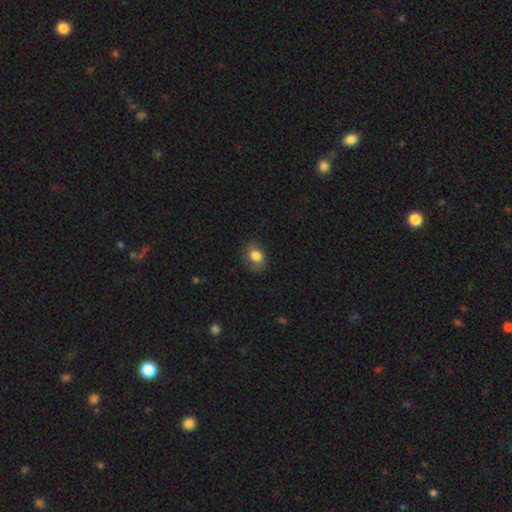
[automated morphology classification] Overall: smooth (79%). How rounded: in between (50%; round 49%). Merging: none (66%).